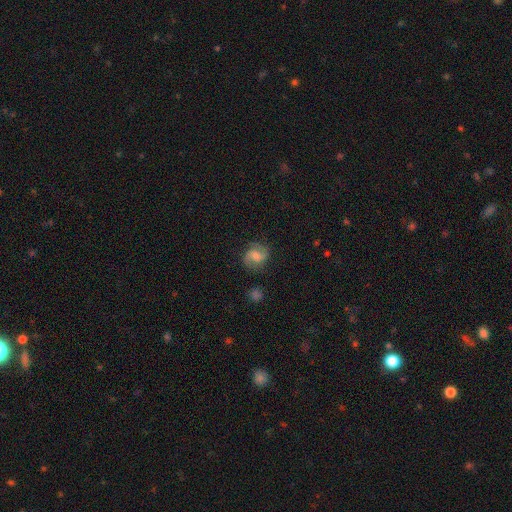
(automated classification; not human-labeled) Smooth or featured?
  - featured or disk: 62% *
  - smooth: 30%
  - star or artifact: 9%
Edge-on disk?
  - no: 98% *
  - yes: 2%
Bar?
  - weak: 50% *
  - no: 37%
  - strong: 14%
Spiral arms?
  - yes: 92% *
  - no: 8%
Spiral winding?
  - medium: 49% *
  - loose: 31%
  - tight: 19%
Spiral arm count?
  - 2: 88% *
  - can't tell: 6%
  - 1: 2%
  - 3: 2%
  - 4: 1%
  - more than 4: 1%
Bulge size?
  - moderate: 48% *
  - small: 33%
  - none: 10%
  - large: 8%
  - dominant: 2%
Merging?
  - none: 77% *
  - minor disturbance: 15%
  - major disturbance: 6%
  - merger: 2%